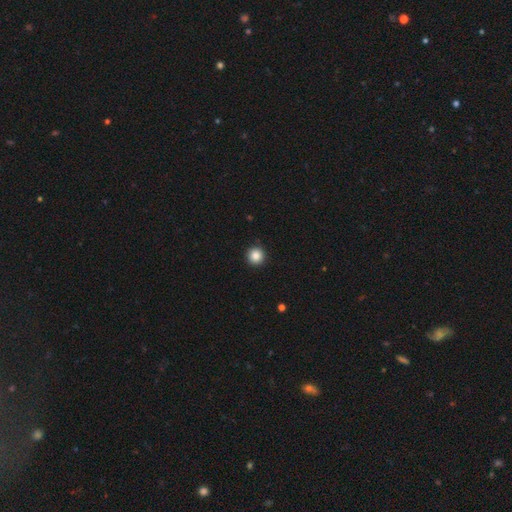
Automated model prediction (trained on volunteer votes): Smooth or featured? smooth (86%)
How rounded? round (96%)
Merging? none (92%)